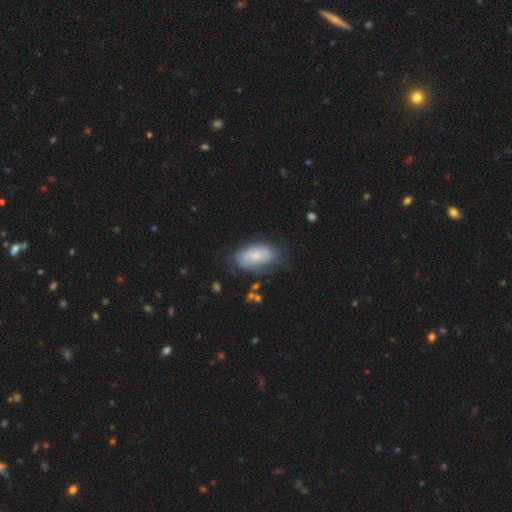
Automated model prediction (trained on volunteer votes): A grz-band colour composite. It shows a smooth galaxy with no disk features (56%) that is in between round and cigar-shaped (92%). Merging: none (56%).